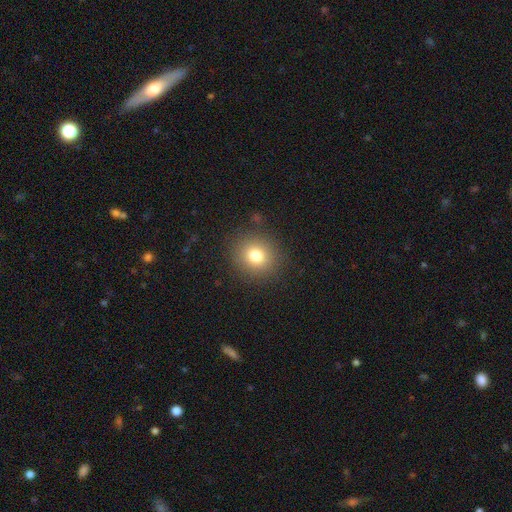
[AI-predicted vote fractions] Smooth or featured: smooth — 78% (star or artifact — 12%)
How rounded: round — 85% (in between — 14%)
Merging: none — 87% (minor disturbance — 8%)